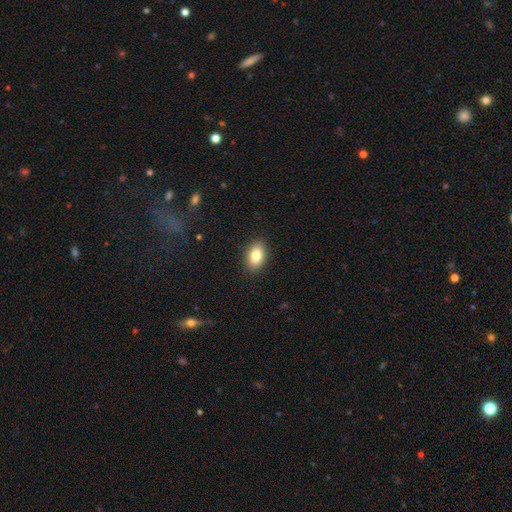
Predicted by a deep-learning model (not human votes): Morphology: type=smooth (83%); roundness=in between (89%); merging=none (89%).